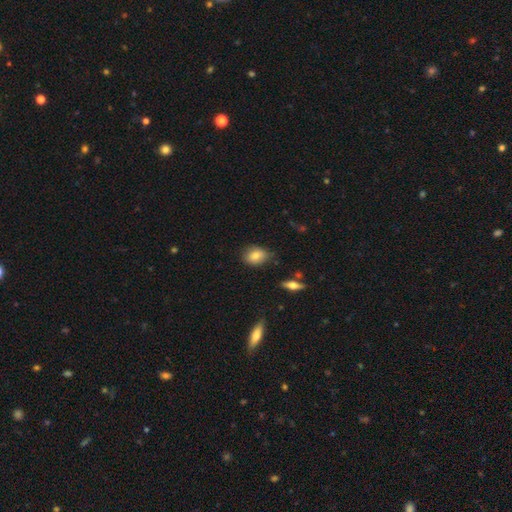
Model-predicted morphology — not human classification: The model was most divided on "how rounded": in between: 64%, round: 35%, cigar-shaped: 2%. More confident: smooth or featured — smooth (80%); merging — none (77%).